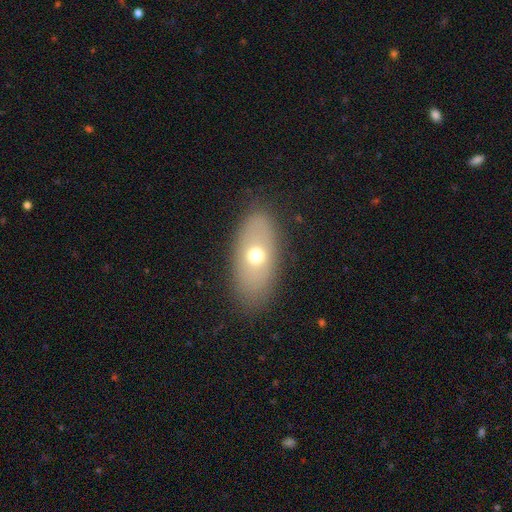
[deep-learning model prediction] The model was most divided on "smooth or featured": smooth: 62%, featured or disk: 29%, star or artifact: 10%. More confident: how rounded — in between (87%); merging — none (83%).